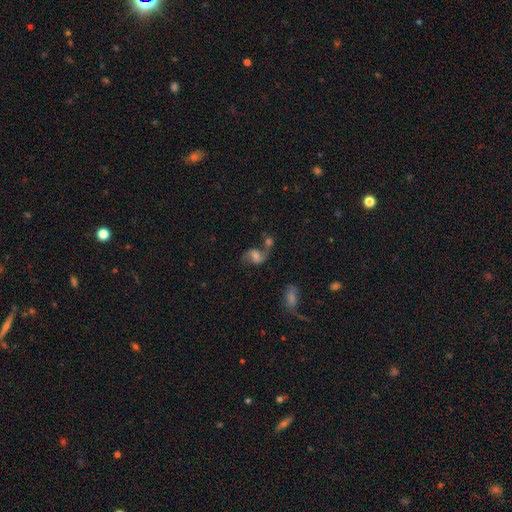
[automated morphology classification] smooth_or_featured: featured or disk (p=0.67) [alt: smooth p=0.23]
disk_edge_on: no (p=0.97) [alt: yes p=0.03]
bar: weak (p=0.45) [alt: no p=0.40]
has_spiral_arms: yes (p=0.90) [alt: no p=0.10]
spiral_winding: loose (p=0.64) [alt: medium p=0.30]
spiral_arm_count: 2 (p=0.88) [alt: 1 p=0.06]
bulge_size: moderate (p=0.37) [alt: small p=0.25]
merging: none (p=0.41) [alt: merger p=0.32]